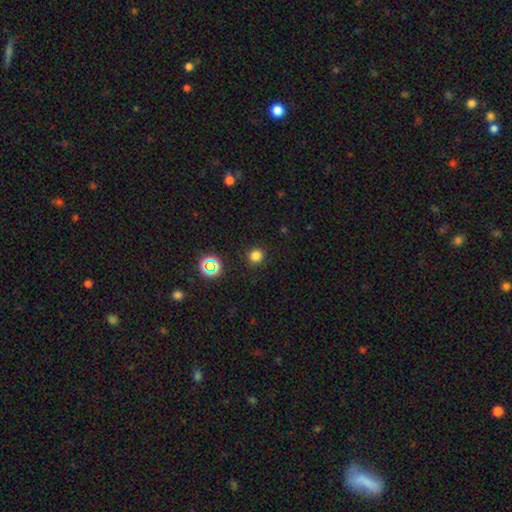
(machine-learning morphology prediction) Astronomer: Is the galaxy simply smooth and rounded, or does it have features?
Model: smooth — 78%.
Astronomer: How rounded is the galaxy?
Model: round — 90%.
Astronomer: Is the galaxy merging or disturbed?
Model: none — 90%.